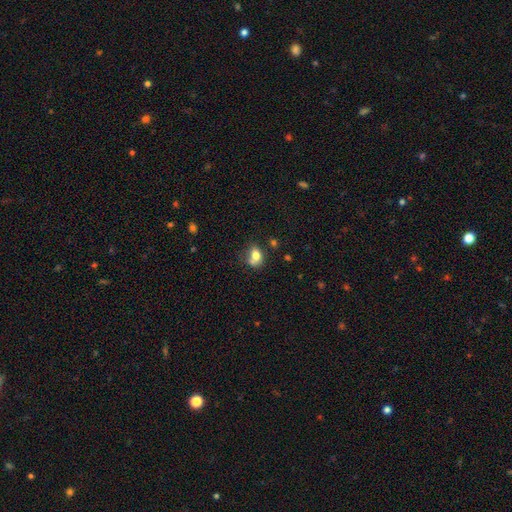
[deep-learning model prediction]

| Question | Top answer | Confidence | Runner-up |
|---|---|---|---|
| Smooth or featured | smooth | 75% | featured or disk (14%) |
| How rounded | in between | 58% | round (41%) |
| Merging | none | 46% | merger (28%) |